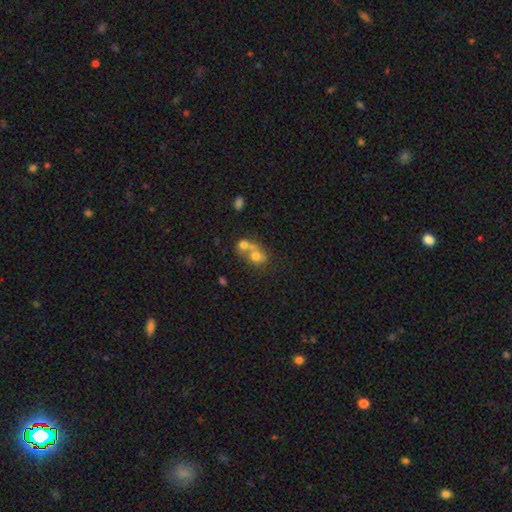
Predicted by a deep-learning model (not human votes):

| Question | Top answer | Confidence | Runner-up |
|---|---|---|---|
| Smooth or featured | smooth | 67% | featured or disk (21%) |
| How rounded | round | 66% | in between (33%) |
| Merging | merger | 63% | none (26%) |